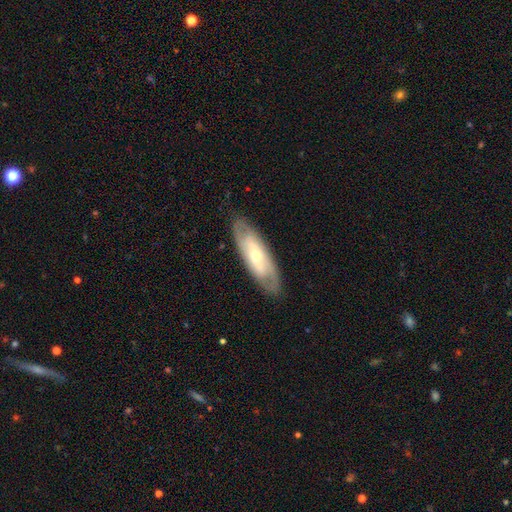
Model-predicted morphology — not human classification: Smooth or featured? Predicted: featured or disk (p=0.68). Edge-on disk? Predicted: no (p=0.79). Bar? Predicted: no (p=0.51). Spiral arms? Predicted: yes (p=0.72). Bulge size? Predicted: small (p=0.56). Merging? Predicted: none (p=0.83).